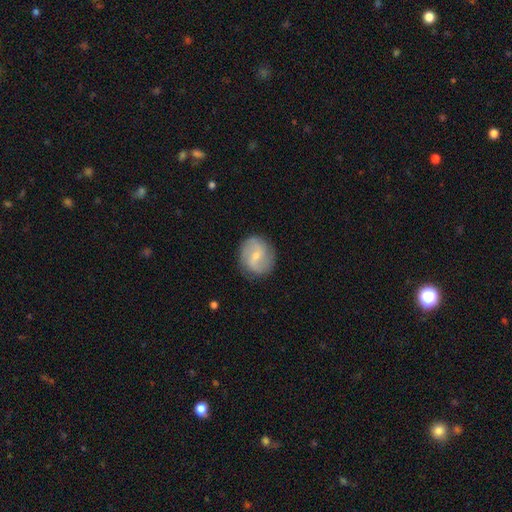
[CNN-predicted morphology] The model was most divided on "spiral winding": loose: 42%, medium: 40%, tight: 18%. More confident: edge-on disk — no (97%); spiral arms — yes (89%); spiral arm count — 2 (83%); merging — none (83%); bulge size — small (64%); smooth or featured — featured or disk (63%); bar — weak (54%).